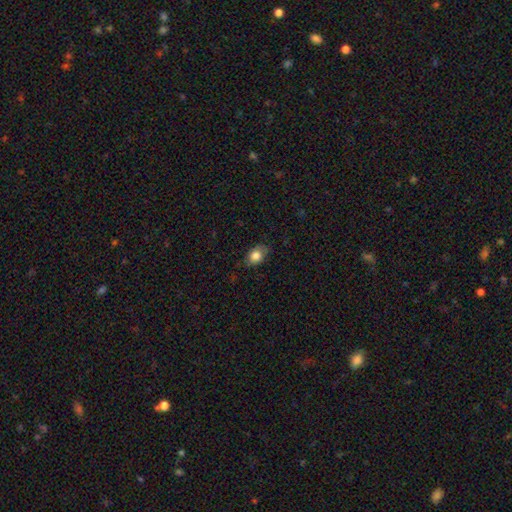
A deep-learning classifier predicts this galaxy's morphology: The model was most divided on "how rounded": in between: 77%, round: 21%, cigar-shaped: 2%. More confident: smooth or featured — smooth (81%); merging — none (76%).